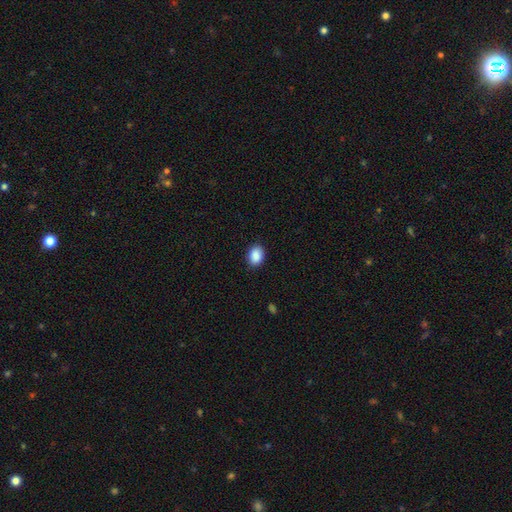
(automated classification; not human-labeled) The model was most divided on "how rounded": in between: 74%, round: 25%, cigar-shaped: 1%. More confident: smooth or featured — smooth (90%); merging — none (89%).